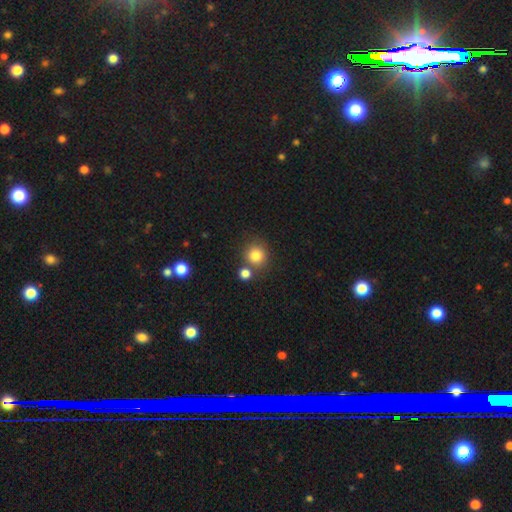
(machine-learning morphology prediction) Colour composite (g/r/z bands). It shows a smooth galaxy with no disk features (82%) that is round (89%). Merging: none (70%).